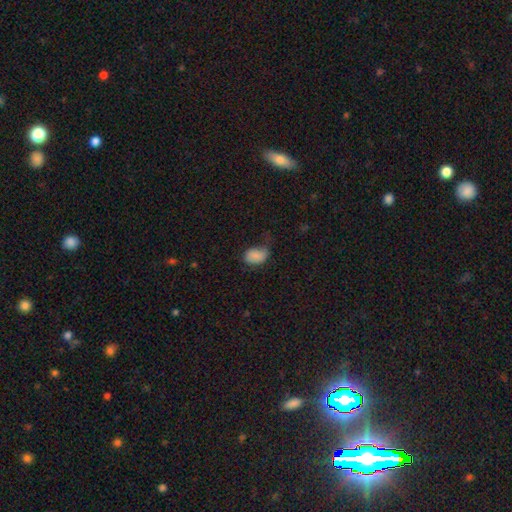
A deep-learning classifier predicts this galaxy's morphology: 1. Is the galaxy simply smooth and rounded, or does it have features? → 83% smooth, 9% star or artifact, 9% featured or disk.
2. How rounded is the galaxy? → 87% in between, 12% round, 1% cigar-shaped.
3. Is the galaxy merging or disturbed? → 38% none, 36% minor disturbance, 23% major disturbance, 3% merger.